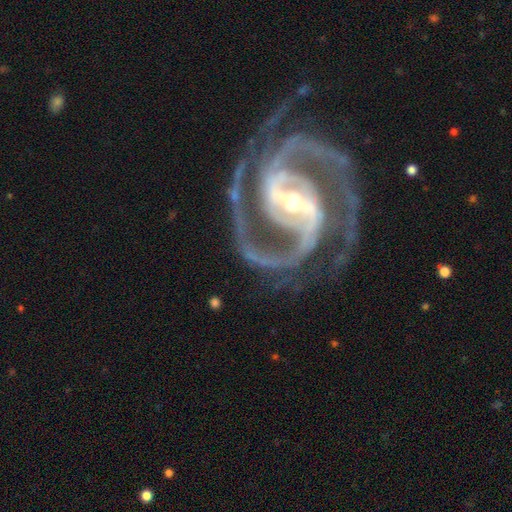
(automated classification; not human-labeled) This is clearly a featured or disk galaxy (94%). It is clearly not viewed edge-on (98%). Bar: likely strong (68%). Spiral arm pattern: clearly yes (99%). Spiral arm count: likely 2 (74%). Spiral winding: possibly medium (55%). Central bulge: possibly moderate (47%, tied with small). Merging: likely none (74%).